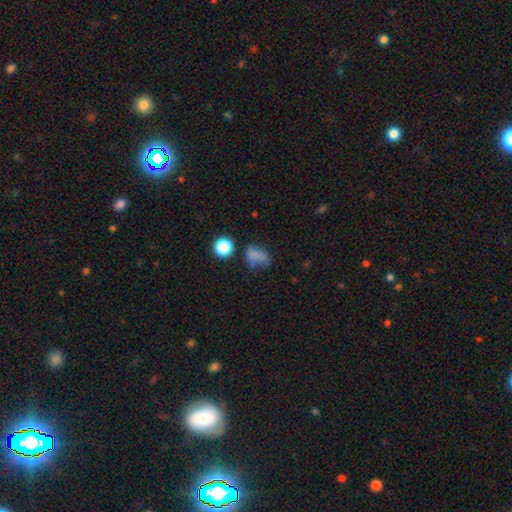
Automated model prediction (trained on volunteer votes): Overall: smooth (65%). How rounded: in between (62%; round 32%). Merging: none (43%; minor disturbance 25%).